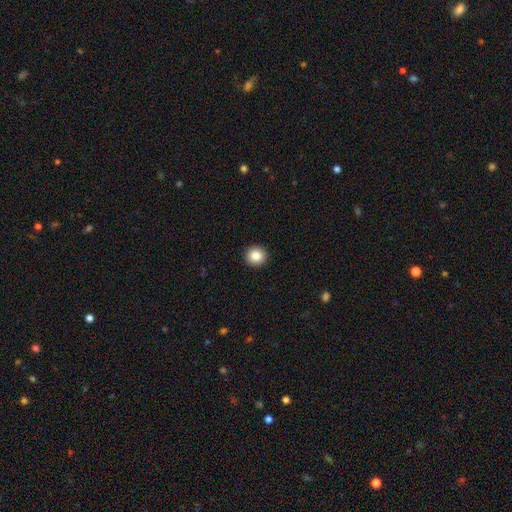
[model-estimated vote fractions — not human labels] A smooth galaxy with no disk features (86%) that is round (93%). Merging: none (93%).